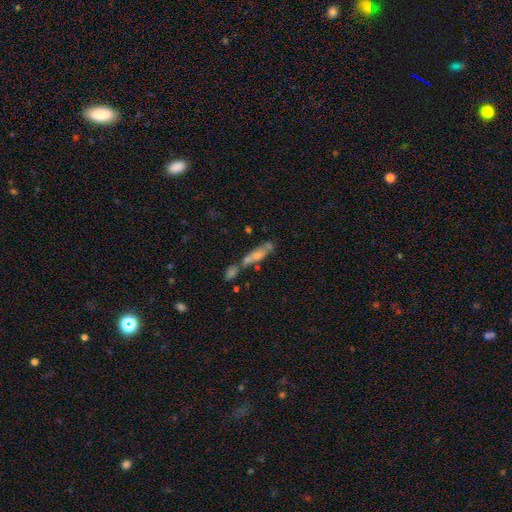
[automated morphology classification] smooth-or-featured: smooth: 52% | featured or disk: 37% | star or artifact: 11%
  how-rounded: cigar-shaped: 61% | in between: 35% | round: 3%
  merging: merger: 45% | none: 33% | minor disturbance: 14% | major disturbance: 8%